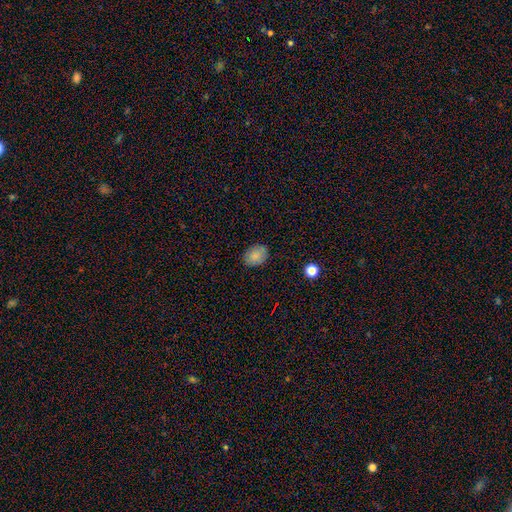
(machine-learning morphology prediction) smooth-or-featured: smooth: 83% | star or artifact: 9% | featured or disk: 8%
  how-rounded: in between: 67% | round: 32% | cigar-shaped: 1%
  merging: none: 84% | minor disturbance: 12% | major disturbance: 3% | merger: 1%